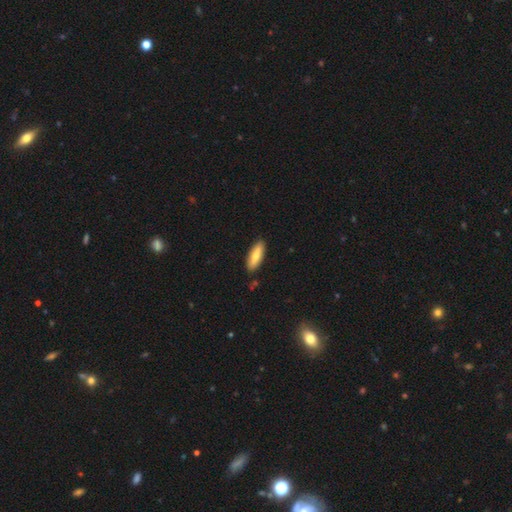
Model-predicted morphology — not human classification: A smooth galaxy with no disk features (72%) that is in between round and cigar-shaped (56%). Merging: none (88%).